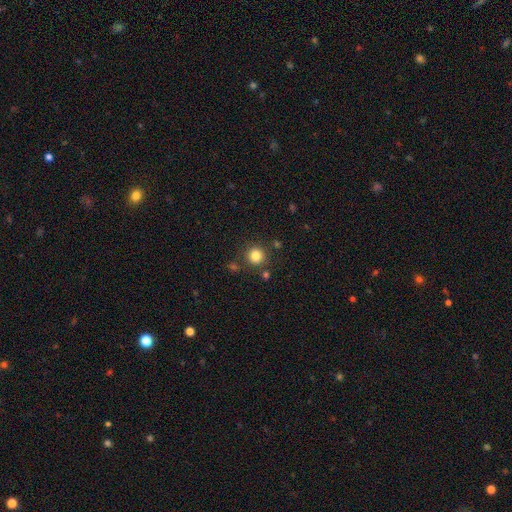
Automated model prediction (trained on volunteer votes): The model was most divided on "smooth or featured": smooth: 83%, star or artifact: 12%, featured or disk: 5%. More confident: how rounded — round (93%); merging — none (85%).